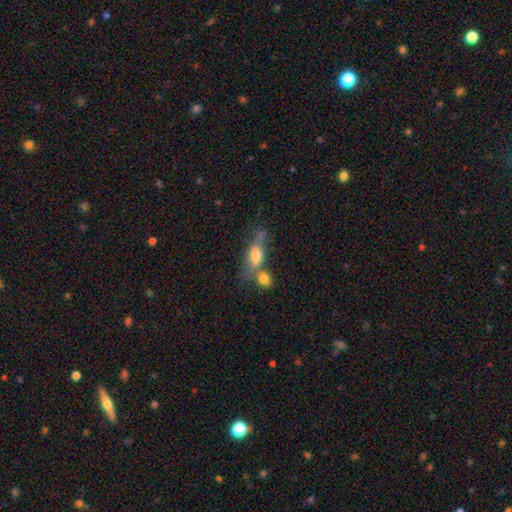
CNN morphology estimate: Overall: smooth (65%; featured or disk 27%). How rounded: in between (74%). Merging: merger (43%; none 35%).